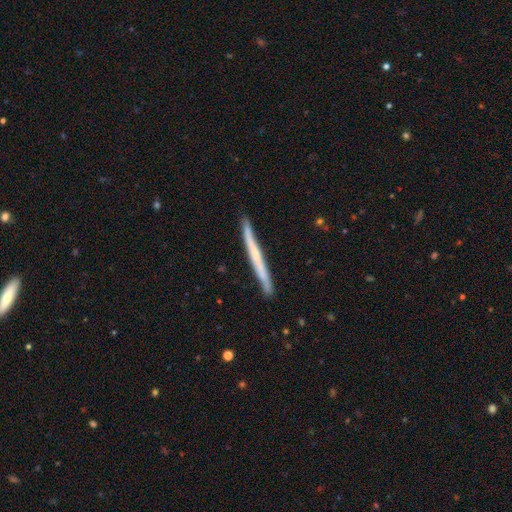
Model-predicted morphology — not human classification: Smooth or featured: featured or disk — 57% (smooth — 37%)
Edge-on disk: yes — 96% (no — 4%)
Edge-on bulge: none — 71% (rounded — 23%)
Merging: none — 88% (minor disturbance — 9%)